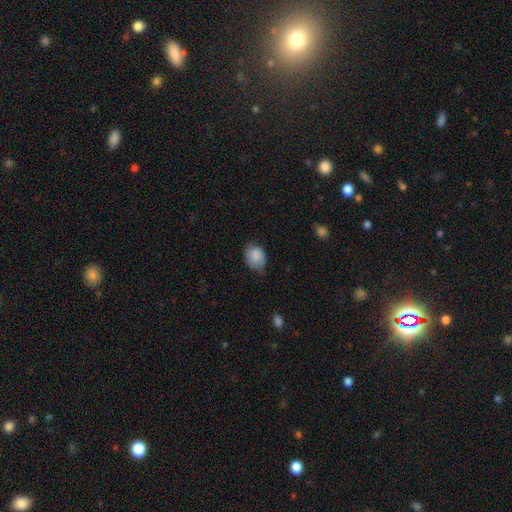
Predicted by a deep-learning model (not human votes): This appears to be a smooth galaxy with no disk features (85%) that is in between round and cigar-shaped (59%). Merging: none (61%).